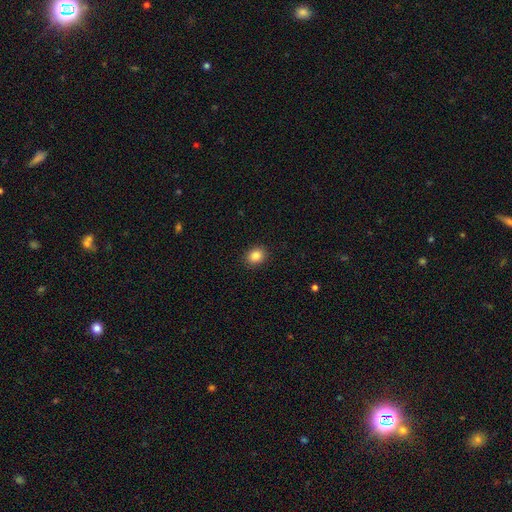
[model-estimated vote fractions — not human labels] This is clearly a smooth galaxy (86%). How rounded: possibly round (58%). Merging: clearly none (91%).